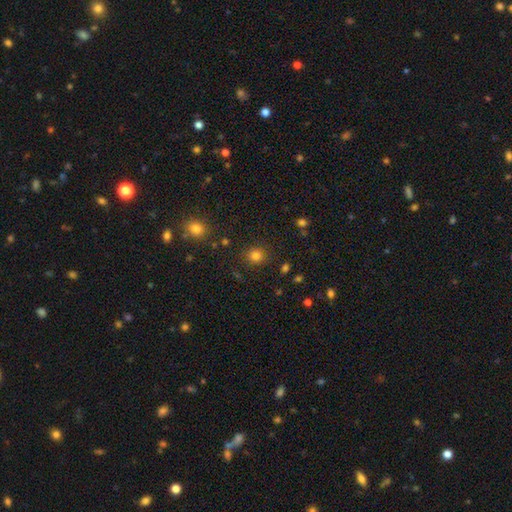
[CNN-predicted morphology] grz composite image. It shows a smooth galaxy with no disk features (81%) that is round (84%). Merging: none (86%).